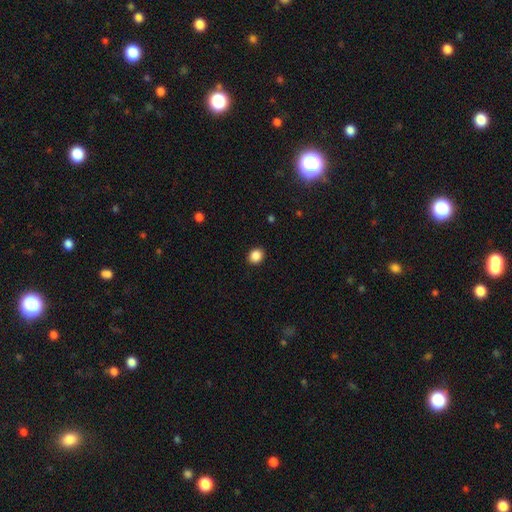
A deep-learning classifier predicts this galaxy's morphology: Overall: smooth (87%). How rounded: round (68%; in between 31%). Merging: none (91%).